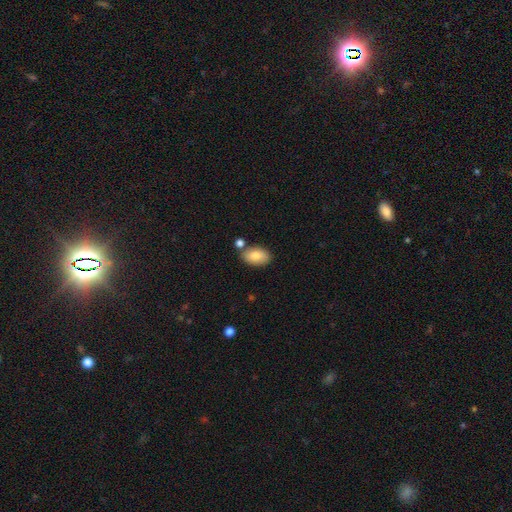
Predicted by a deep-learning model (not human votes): Overall: smooth (82%). How rounded: in between (92%). Merging: none (75%).